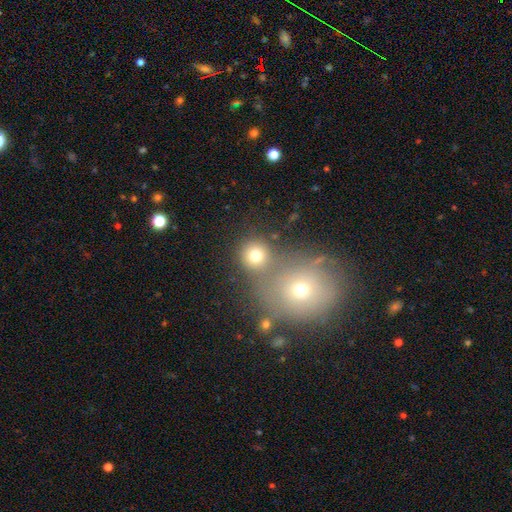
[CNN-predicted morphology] smooth_or_featured: smooth (p=0.76) [alt: star or artifact p=0.15]
how_rounded: round (p=0.90) [alt: in between p=0.09]
merging: none (p=0.64) [alt: merger p=0.25]